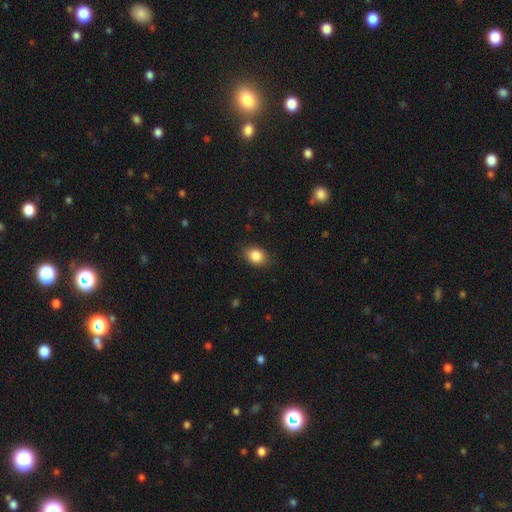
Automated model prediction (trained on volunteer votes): A smooth galaxy with no disk features (86%) that is in between round and cigar-shaped (60%).

Vote fractions:
- Smooth or featured? smooth: 86% / star or artifact: 9% / featured or disk: 5%
- How rounded? in between: 60% / round: 38% / cigar-shaped: 1%
- Merging? none: 85% / minor disturbance: 11% / major disturbance: 3% / merger: 1%